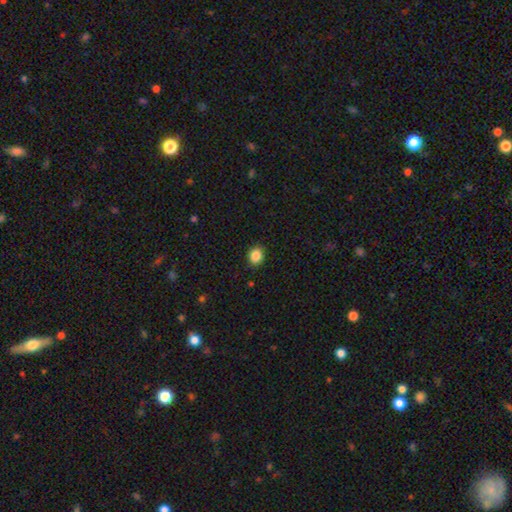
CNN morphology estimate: This is clearly a smooth galaxy (86%). How rounded: likely round (68%). Merging: clearly none (90%).